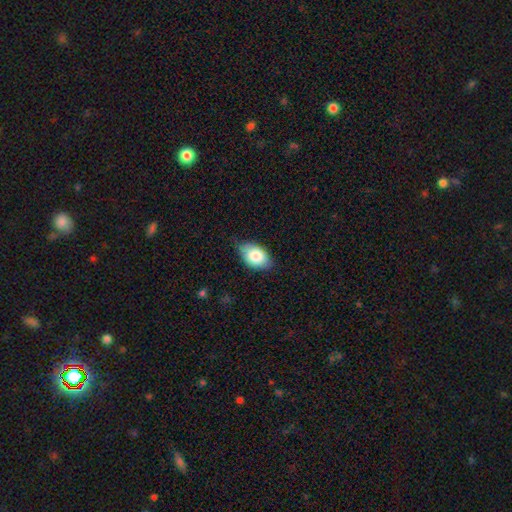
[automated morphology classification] Overall: smooth (83%). How rounded: in between (91%). Merging: none (73%).